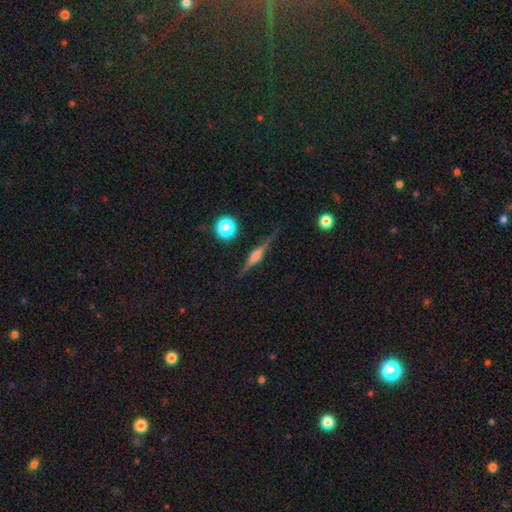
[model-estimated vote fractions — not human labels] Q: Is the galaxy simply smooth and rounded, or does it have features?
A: featured or disk — 77%.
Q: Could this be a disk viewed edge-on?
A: yes — 97%.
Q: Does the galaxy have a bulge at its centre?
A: rounded — 68%.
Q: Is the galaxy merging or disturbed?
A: none — 86%.